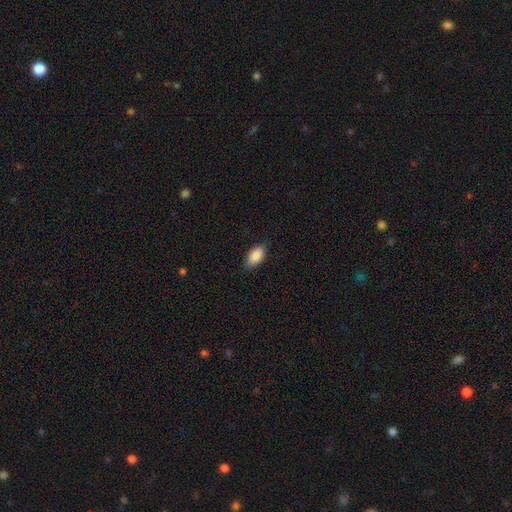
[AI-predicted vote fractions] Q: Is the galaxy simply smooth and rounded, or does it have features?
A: smooth — 89%.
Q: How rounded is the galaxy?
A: in between — 92%.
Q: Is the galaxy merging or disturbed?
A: none — 83%.